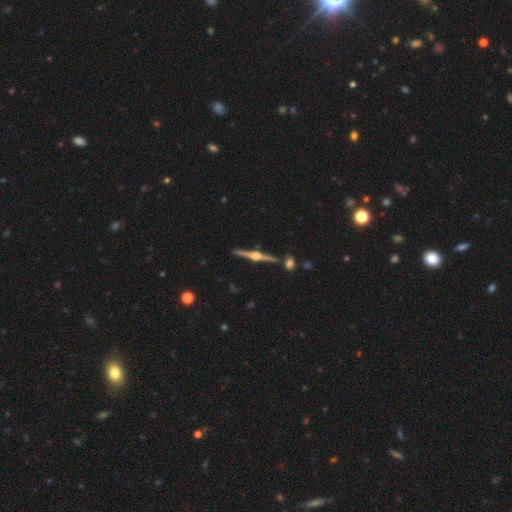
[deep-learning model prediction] This appears to be a featured or disk galaxy (88%) viewed edge-on (99%) with a rounded central bulge (95%). Merging: none (88%).